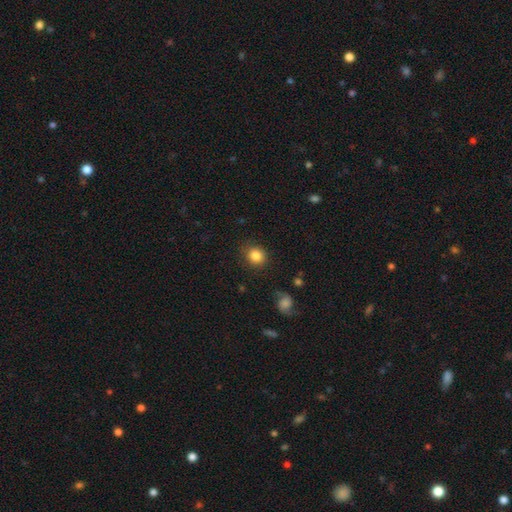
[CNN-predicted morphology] smooth-or-featured: smooth: 84% | star or artifact: 9% | featured or disk: 6%
  how-rounded: round: 83% | in between: 16% | cigar-shaped: 1%
  merging: none: 84% | minor disturbance: 10% | major disturbance: 3% | merger: 2%